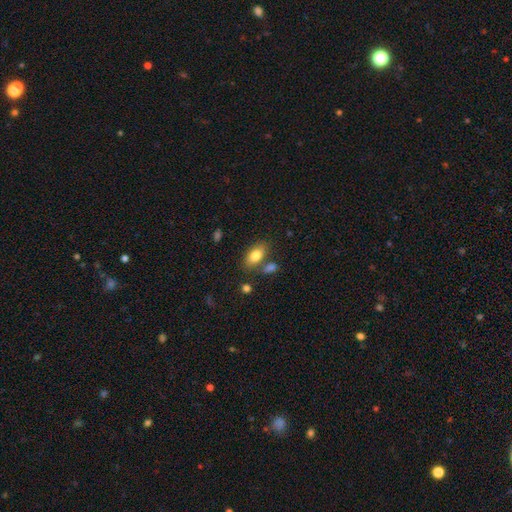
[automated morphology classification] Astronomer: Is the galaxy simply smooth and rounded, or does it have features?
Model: smooth — 82%.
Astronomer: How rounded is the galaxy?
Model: in between — 89%.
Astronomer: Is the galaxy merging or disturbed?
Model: none — 70%.